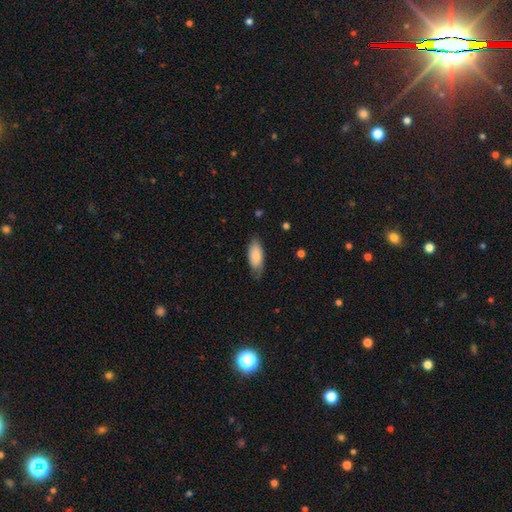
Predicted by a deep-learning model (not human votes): smooth 81%, featured or disk 14%, star or artifact 6%. Down the decision tree: how rounded — in between (85%); merging — none (68%).